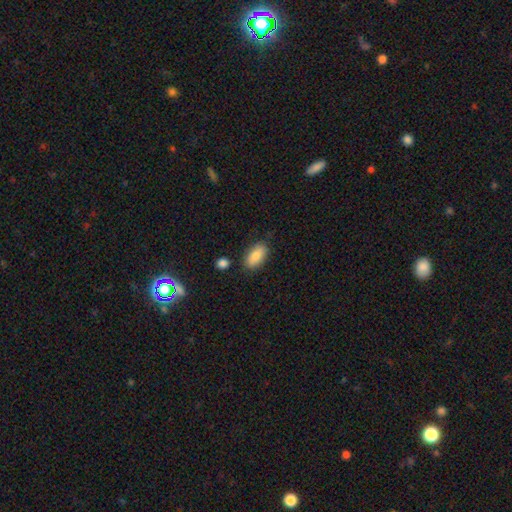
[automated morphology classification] Overall: smooth (84%). How rounded: in between (92%). Merging: none (83%).